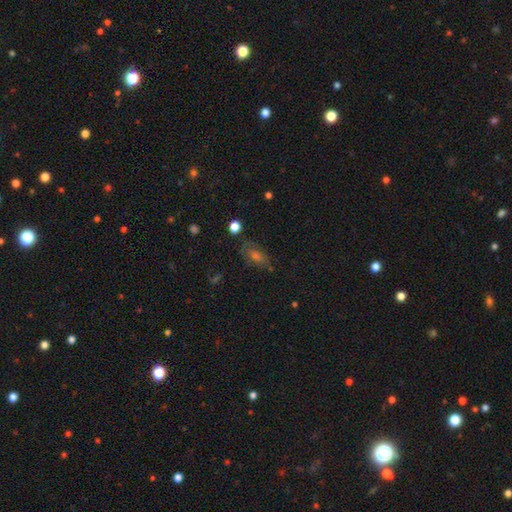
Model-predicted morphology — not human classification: smooth_or_featured: smooth (p=0.45) [alt: star or artifact p=0.28]
merging: none (p=0.71) [alt: minor disturbance p=0.18]